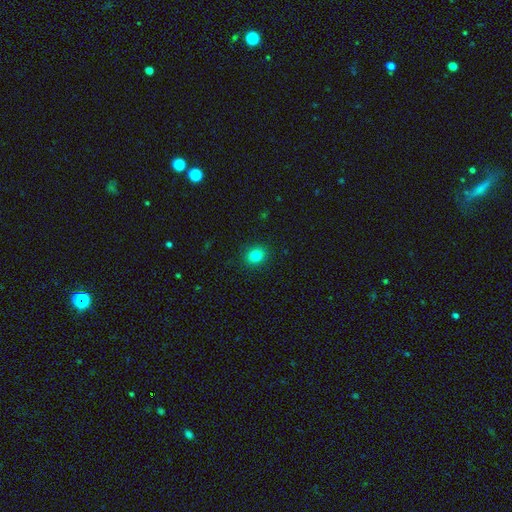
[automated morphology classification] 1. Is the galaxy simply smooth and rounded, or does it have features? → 83% smooth, 12% star or artifact, 6% featured or disk.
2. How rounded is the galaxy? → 64% round, 35% in between, 1% cigar-shaped.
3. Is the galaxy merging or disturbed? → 90% none, 7% minor disturbance, 2% major disturbance, 1% merger.